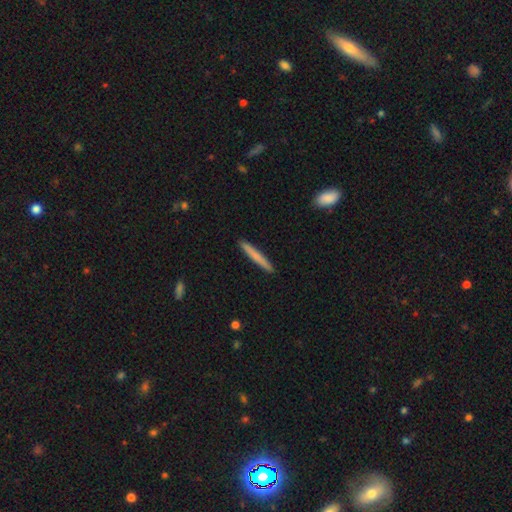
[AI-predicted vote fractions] Q: Smooth or featured?
A: smooth (69%); runner-up: featured or disk (26%)
Q: How rounded?
A: cigar-shaped (97%); runner-up: in between (2%)
Q: Merging?
A: none (92%); runner-up: minor disturbance (5%)